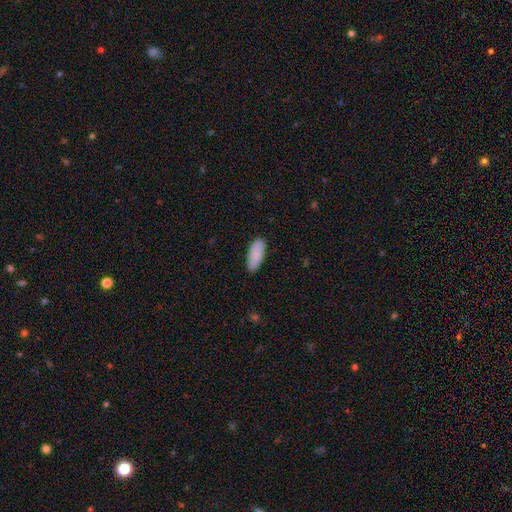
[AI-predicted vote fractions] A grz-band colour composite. It shows a smooth galaxy with no disk features (88%) that is in between round and cigar-shaped (80%). Merging: none (84%).